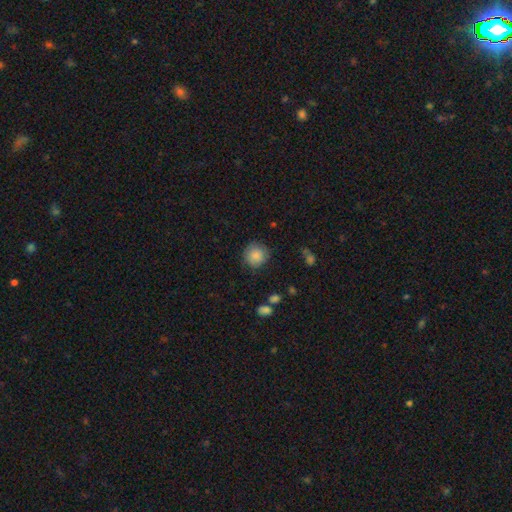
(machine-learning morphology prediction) Q: Smooth or featured?
A: smooth (85%); runner-up: star or artifact (8%)
Q: How rounded?
A: round (91%); runner-up: in between (8%)
Q: Merging?
A: none (82%); runner-up: minor disturbance (13%)